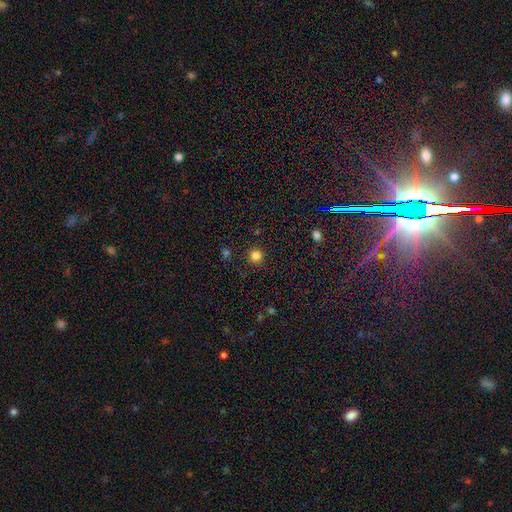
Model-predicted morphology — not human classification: Smooth or featured? smooth (82%)
How rounded? round (95%)
Merging? none (90%)